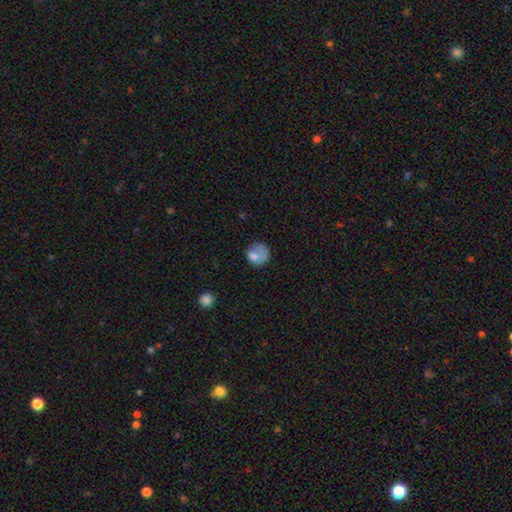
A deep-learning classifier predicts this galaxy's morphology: A smooth galaxy with no disk features (74%) that is round (79%). Merging: none (48%).